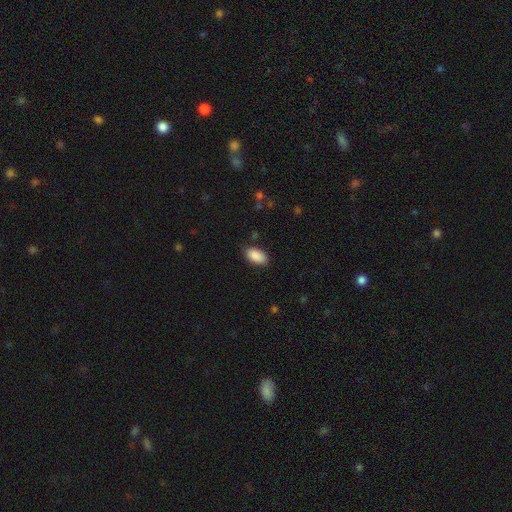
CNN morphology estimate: A smooth galaxy with no disk features (90%) that is in between round and cigar-shaped (94%). Merging: none (84%).